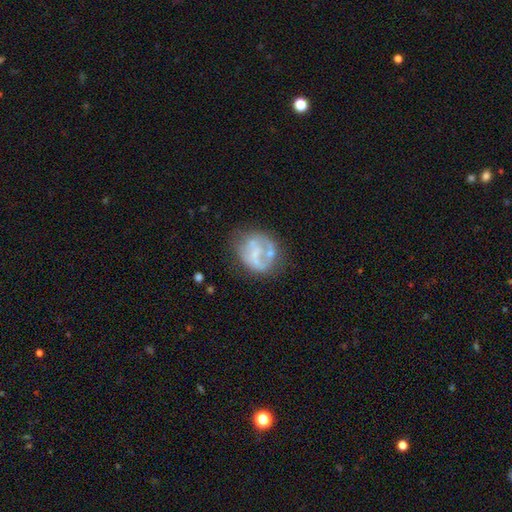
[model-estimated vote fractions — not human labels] Q: Smooth or featured?
A: featured or disk (58%); runner-up: smooth (31%)
Q: Edge-on disk?
A: no (98%); runner-up: yes (2%)
Q: Bar?
A: no (67%); runner-up: weak (22%)
Q: Spiral arms?
A: no (75%); runner-up: yes (25%)
Q: Bulge size?
A: none (50%); runner-up: small (29%)
Q: Merging?
A: none (46%); runner-up: minor disturbance (24%)